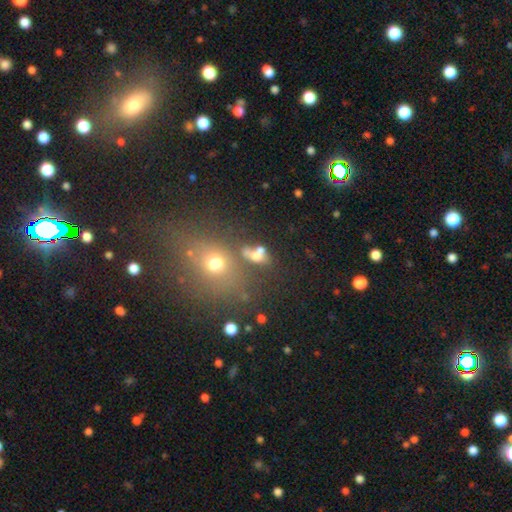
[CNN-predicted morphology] type=smooth (61%); roundness=in between (56%); merging=merger (39%, tied with none).